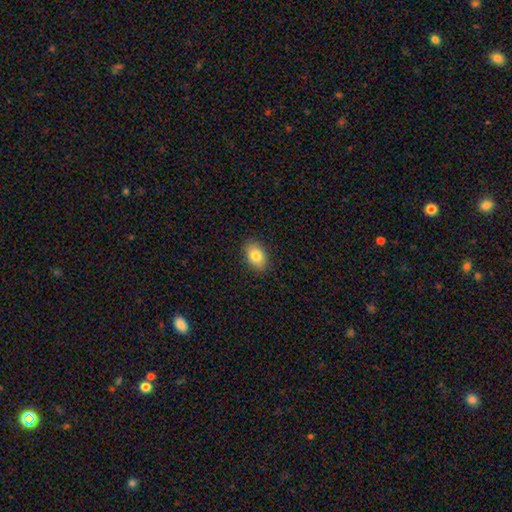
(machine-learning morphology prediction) Smooth or featured?
  - smooth: 83% *
  - featured or disk: 10%
  - star or artifact: 8%
How rounded?
  - in between: 85% *
  - round: 14%
  - cigar-shaped: 1%
Merging?
  - none: 89% *
  - minor disturbance: 9%
  - major disturbance: 2%
  - merger: 1%